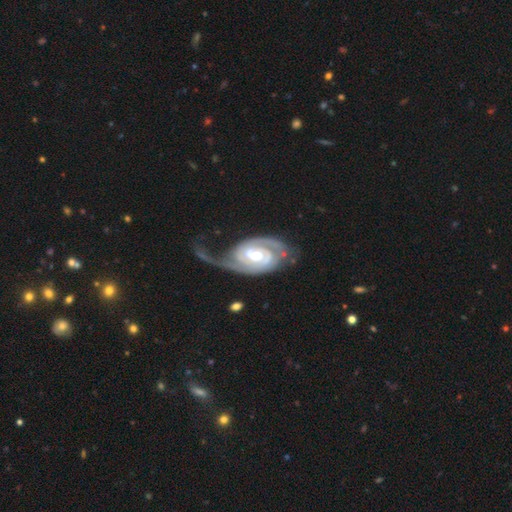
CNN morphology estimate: featured or disk 91%, smooth 6%, star or artifact 4%. Down the decision tree: edge-on disk — no (97%); bar — weak (46%); spiral arms — yes (97%); spiral arm count — 2 (74%); spiral winding — tight (56%); bulge size — moderate (71%); merging — none (37%).